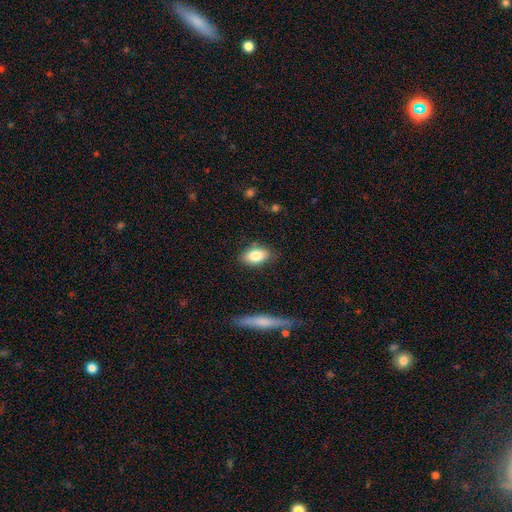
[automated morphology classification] Smooth or featured? Predicted: smooth (p=0.83). How rounded? Predicted: in between (p=0.90). Merging? Predicted: none (p=0.82).